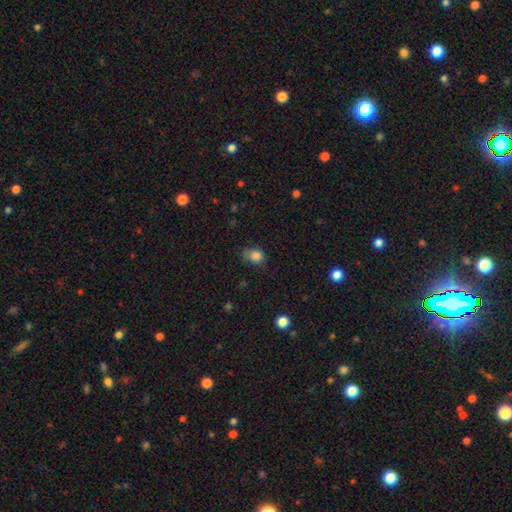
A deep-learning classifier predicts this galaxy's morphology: A smooth galaxy with no disk features (84%) that is in between round and cigar-shaped (61%). Merging: none (54%).